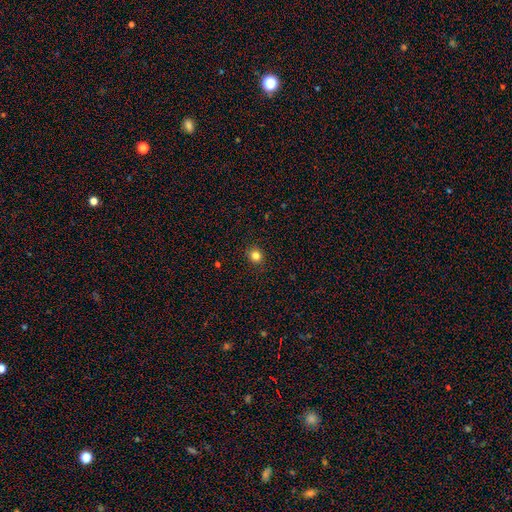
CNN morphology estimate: The model was most divided on "how rounded": round: 84%, in between: 15%, cigar-shaped: 1%. More confident: merging — none (91%); smooth or featured — smooth (82%).